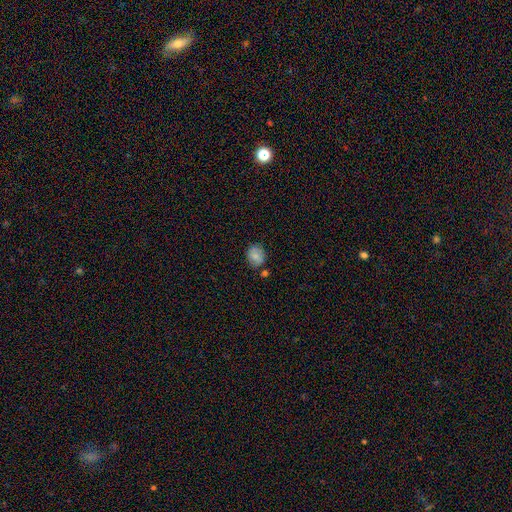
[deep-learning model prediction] Smooth or featured?
  - smooth: 74% *
  - featured or disk: 16%
  - star or artifact: 10%
How rounded?
  - round: 67% *
  - in between: 32%
  - cigar-shaped: 1%
Merging?
  - none: 69% *
  - minor disturbance: 19%
  - merger: 8%
  - major disturbance: 4%